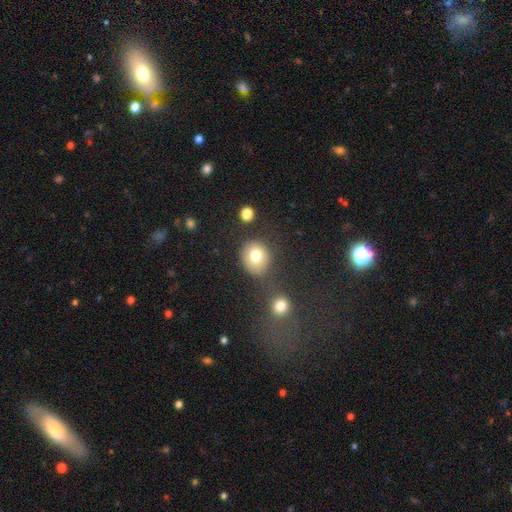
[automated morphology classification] smooth-or-featured: smooth: 77% | featured or disk: 12% | star or artifact: 11%
  how-rounded: round: 79% | in between: 20% | cigar-shaped: 1%
  merging: none: 70% | minor disturbance: 13% | merger: 11% | major disturbance: 6%